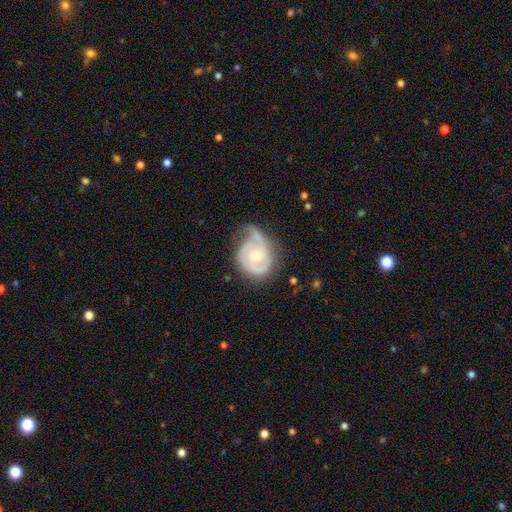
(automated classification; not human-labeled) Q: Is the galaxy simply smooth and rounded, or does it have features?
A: featured or disk — 80%.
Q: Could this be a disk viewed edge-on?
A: no — 98%.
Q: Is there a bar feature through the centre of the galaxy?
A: no — 74%.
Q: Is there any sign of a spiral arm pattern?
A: yes — 92%.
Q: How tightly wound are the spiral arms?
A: tight — 53%.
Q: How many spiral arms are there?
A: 2 — 47%.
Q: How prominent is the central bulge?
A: moderate — 49%.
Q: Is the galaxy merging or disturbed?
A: none — 40%.